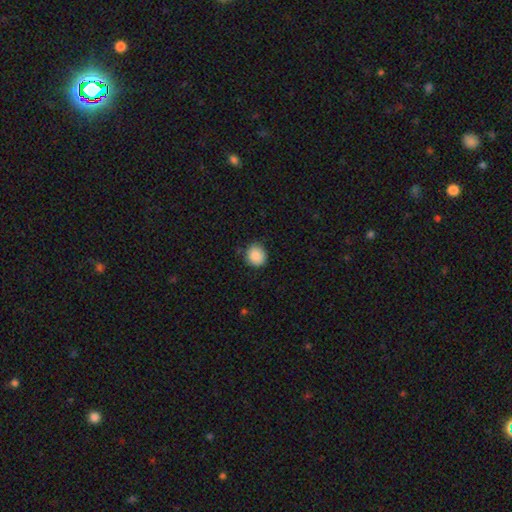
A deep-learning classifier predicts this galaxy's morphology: This is clearly a smooth galaxy (88%). How rounded: clearly round (84%). Merging: clearly none (81%).